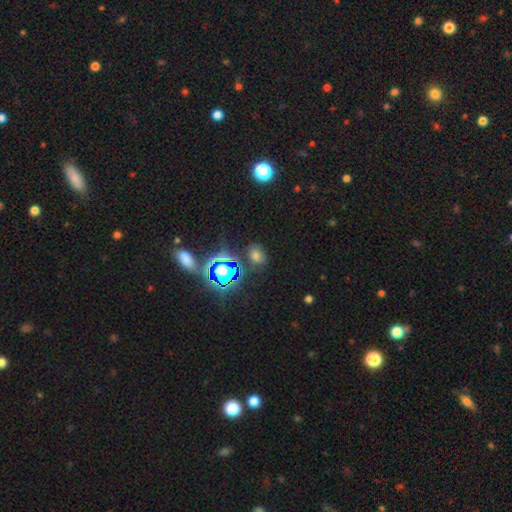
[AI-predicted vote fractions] A smooth galaxy with no disk features (55%) that is in between round and cigar-shaped (69%). Merging: none (79%).